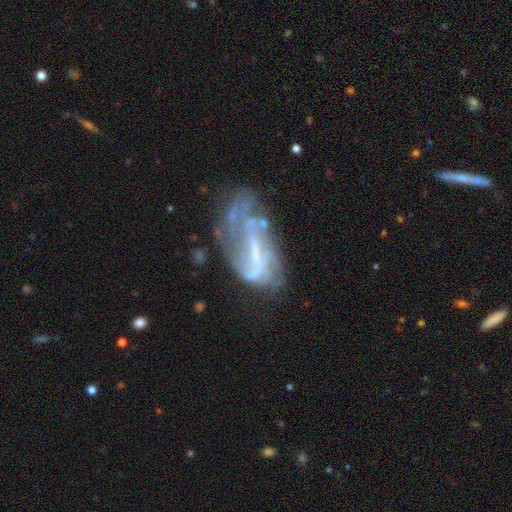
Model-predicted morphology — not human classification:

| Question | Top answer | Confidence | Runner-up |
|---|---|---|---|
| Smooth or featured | featured or disk | 73% | smooth (17%) |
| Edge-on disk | no | 93% | yes (7%) |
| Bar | weak | 37% | strong (36%) |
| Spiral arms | yes | 54% | no (46%) |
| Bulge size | small | 37% | none (36%) |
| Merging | major disturbance | 35% | none (33%) |